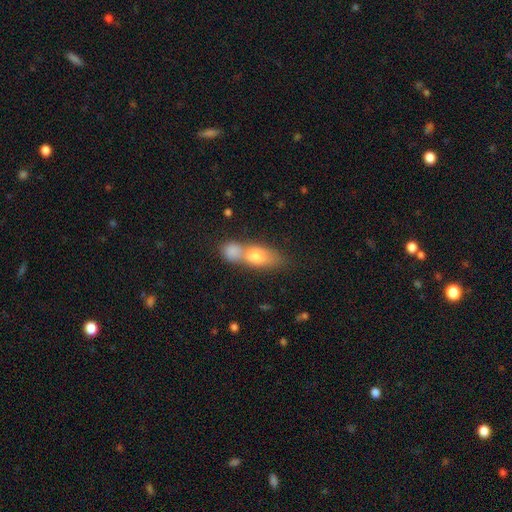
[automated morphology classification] A smooth galaxy with no disk features (71%) that is in between round and cigar-shaped (66%). Merging: merger (64%).